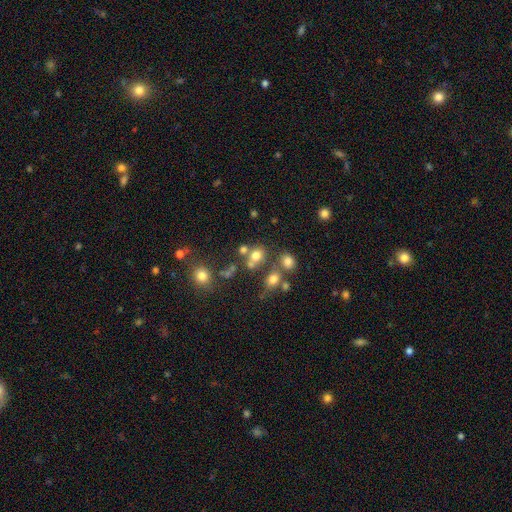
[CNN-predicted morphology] Smooth or featured: smooth — 70% (star or artifact — 18%)
How rounded: round — 58% (in between — 40%)
Merging: none — 51% (merger — 30%)